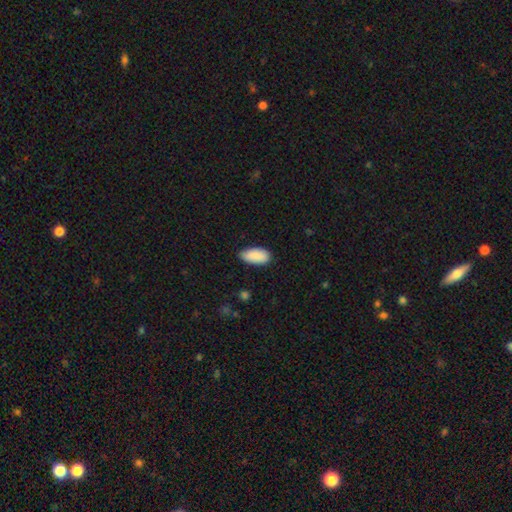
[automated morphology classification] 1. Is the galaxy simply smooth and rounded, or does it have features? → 89% smooth, 6% star or artifact, 4% featured or disk.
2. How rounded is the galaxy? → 94% in between, 4% cigar-shaped, 2% round.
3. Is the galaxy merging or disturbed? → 78% none, 19% minor disturbance, 3% major disturbance, 1% merger.